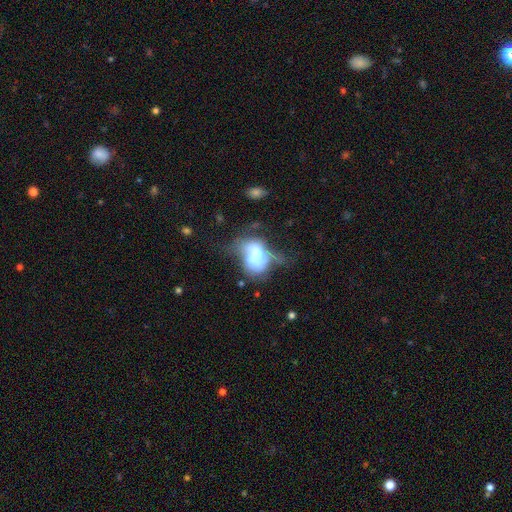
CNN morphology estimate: featured or disk 49%, smooth 41%, star or artifact 10%. Down the decision tree: merging — major disturbance (33%).